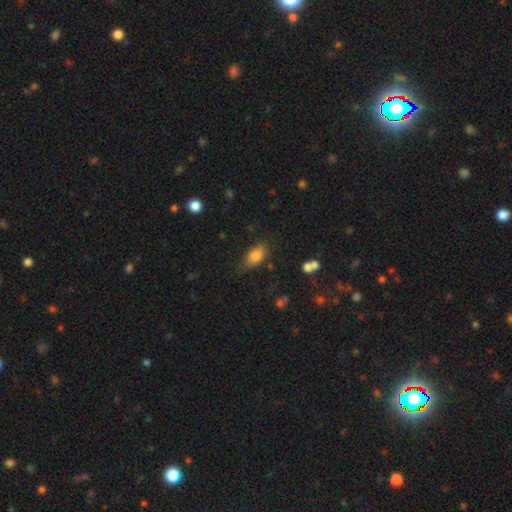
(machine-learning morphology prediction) Smooth or featured: smooth — 80% (featured or disk — 11%)
How rounded: in between — 86% (cigar-shaped — 8%)
Merging: none — 63% (minor disturbance — 27%)